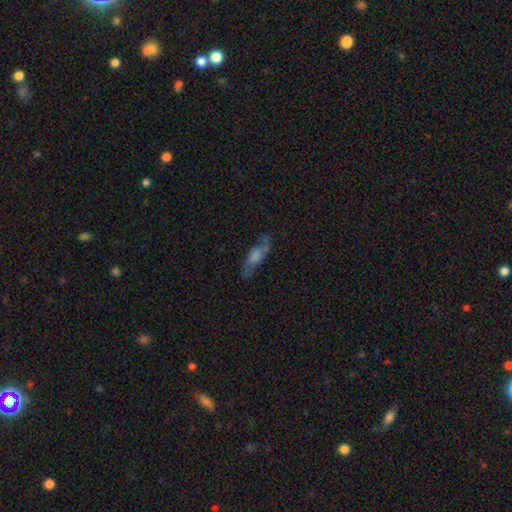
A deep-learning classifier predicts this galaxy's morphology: smooth_or_featured: featured or disk (p=0.62) [alt: smooth p=0.29]
disk_edge_on: no (p=0.64) [alt: yes p=0.36]
merging: none (p=0.72) [alt: minor disturbance p=0.18]